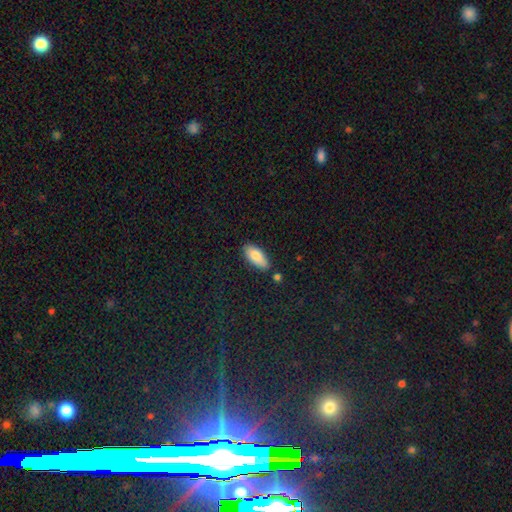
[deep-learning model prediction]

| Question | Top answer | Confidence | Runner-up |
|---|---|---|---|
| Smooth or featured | smooth | 83% | featured or disk (10%) |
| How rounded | in between | 85% | cigar-shaped (13%) |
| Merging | none | 79% | minor disturbance (15%) |